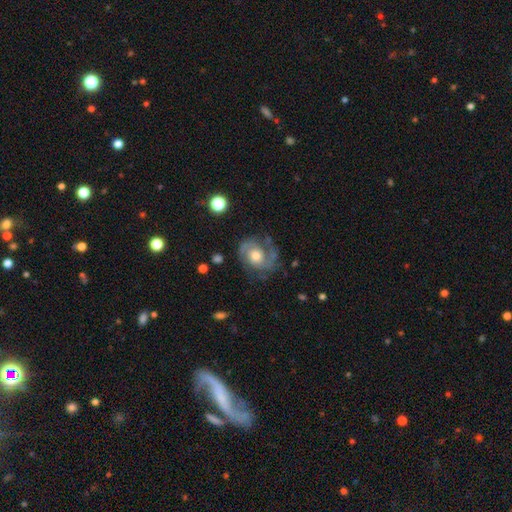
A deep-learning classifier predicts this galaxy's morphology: This is clearly a featured or disk galaxy (85%). It is clearly not viewed edge-on (98%). Bar: likely no (71%). Spiral arm pattern: clearly yes (95%). Spiral arm count: clearly 2 (82%). Spiral winding: possibly medium (46%). Central bulge: likely moderate (67%). Merging: likely none (71%).